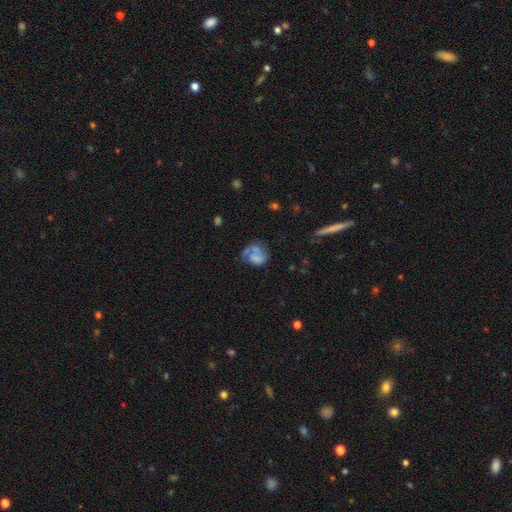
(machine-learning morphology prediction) Smooth or featured?
  - featured or disk: 49% *
  - smooth: 40%
  - star or artifact: 10%
Merging?
  - none: 33% *
  - major disturbance: 30%
  - minor disturbance: 22%
  - merger: 15%